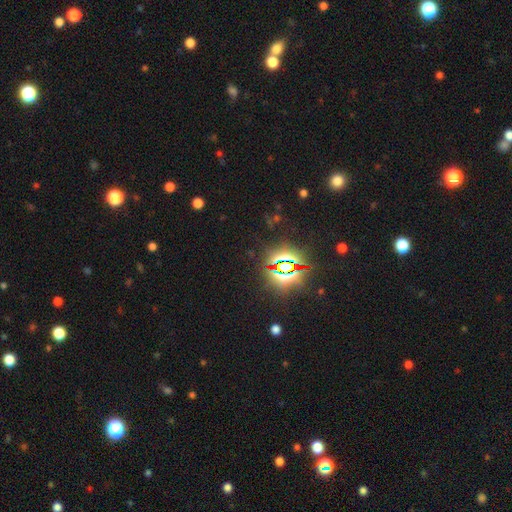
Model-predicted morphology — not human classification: The model was most divided on "smooth or featured": star or artifact: 83%, smooth: 10%, featured or disk: 7%.